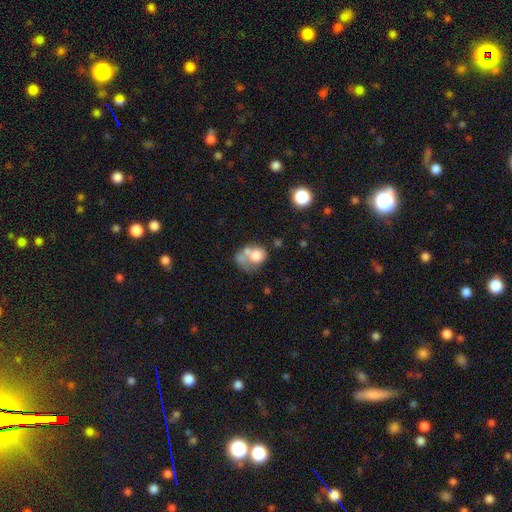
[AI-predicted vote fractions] Morphology: type=smooth (63%); roundness=round (57%); merging=merger (47%).